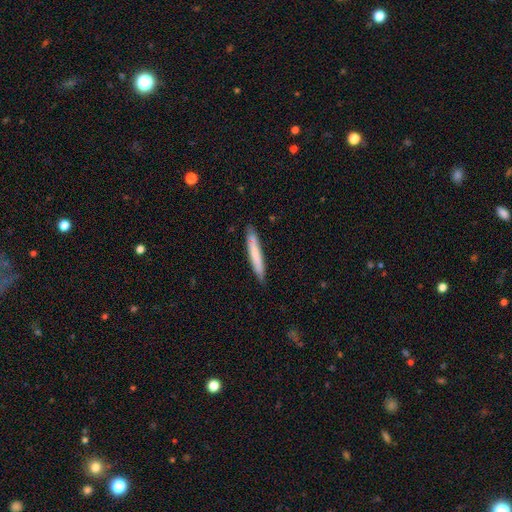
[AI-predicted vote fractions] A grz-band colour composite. It shows a smooth galaxy with no disk features (73%) that is cigar-shaped (94%). Merging: none (83%).